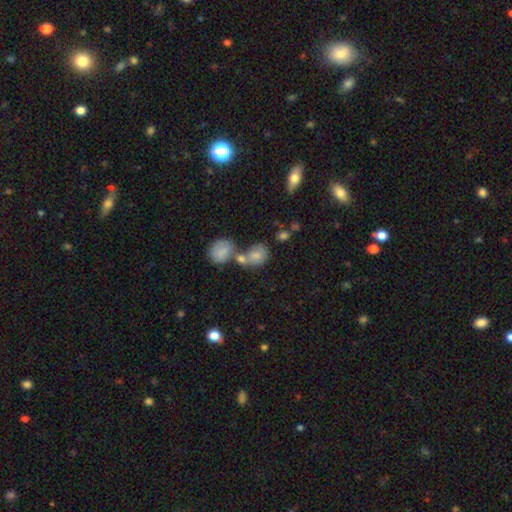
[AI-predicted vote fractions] smooth_or_featured: smooth (p=0.76) [alt: featured or disk p=0.15]
how_rounded: in between (p=0.52) [alt: round p=0.46]
merging: merger (p=0.55) [alt: none p=0.29]